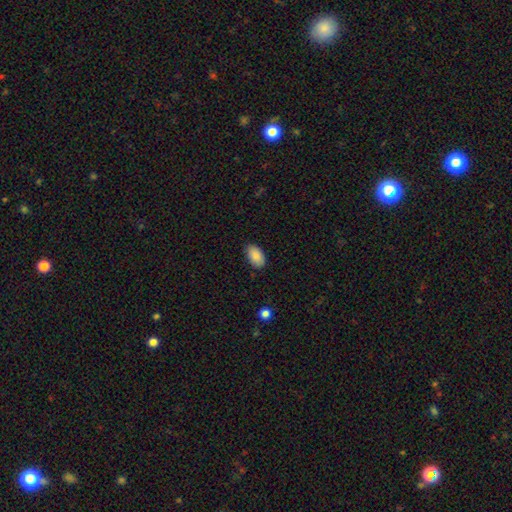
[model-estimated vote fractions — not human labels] Overall: smooth (88%). How rounded: in between (94%). Merging: none (85%).